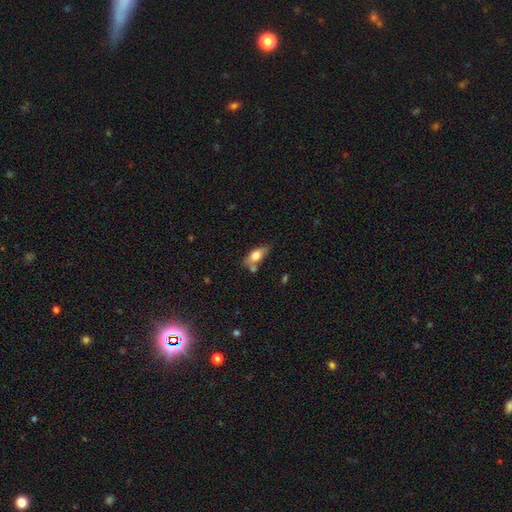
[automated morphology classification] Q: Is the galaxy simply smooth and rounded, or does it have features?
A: smooth — 71%.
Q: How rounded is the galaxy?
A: in between — 80%.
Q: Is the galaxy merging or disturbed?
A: none — 57%.